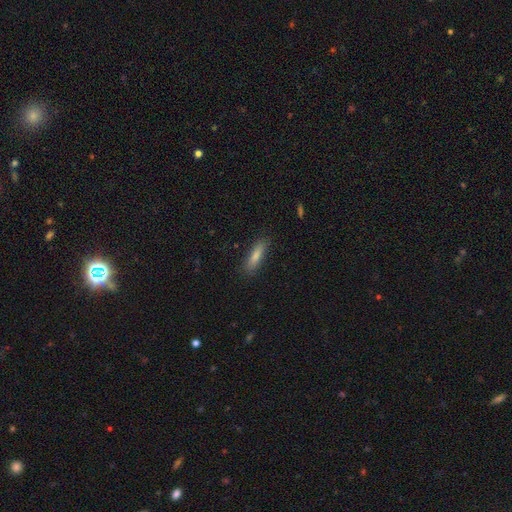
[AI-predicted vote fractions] This appears to be a smooth galaxy with no disk features (81%) that is cigar-shaped (68%). Merging: none (85%).